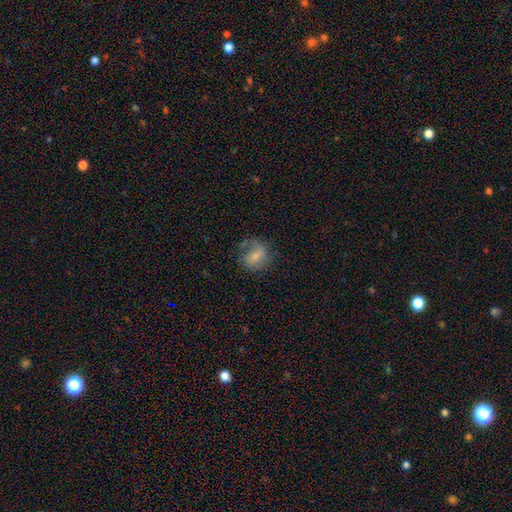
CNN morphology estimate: Smooth or featured? Predicted: smooth (p=0.55). How rounded? Predicted: round (p=0.61). Merging? Predicted: none (p=0.56).